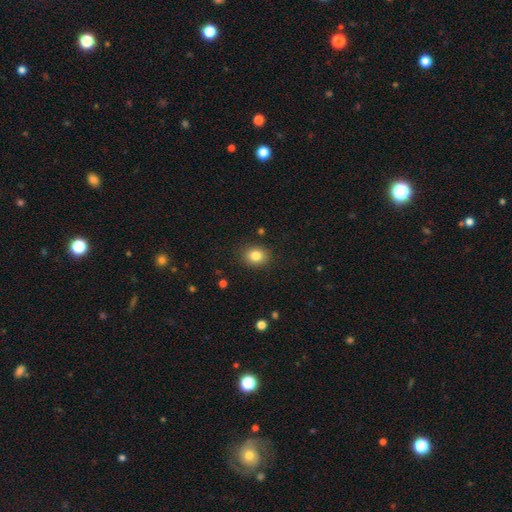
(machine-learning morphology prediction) A smooth galaxy with no disk features (83%) that is round (56%).

Vote fractions:
- Smooth or featured? smooth: 83% / star or artifact: 10% / featured or disk: 6%
- How rounded? round: 56% / in between: 43% / cigar-shaped: 1%
- Merging? none: 88% / minor disturbance: 8% / major disturbance: 2% / merger: 1%